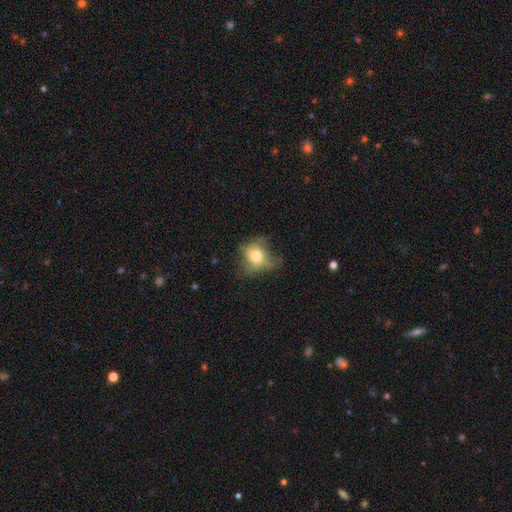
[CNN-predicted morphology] This appears to be a smooth galaxy with no disk features (63%) that is round (58%). Merging: none (41%).